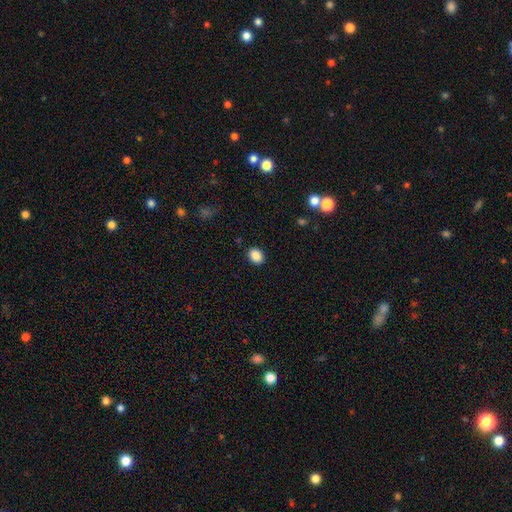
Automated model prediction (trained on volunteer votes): The model was most divided on "how rounded": in between: 60%, round: 39%, cigar-shaped: 1%. More confident: merging — none (89%); smooth or featured — smooth (88%).